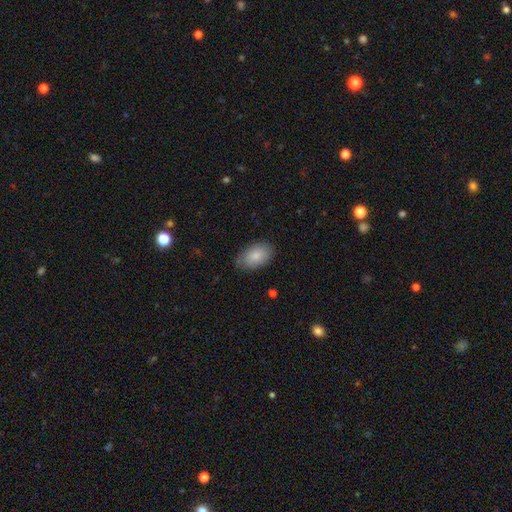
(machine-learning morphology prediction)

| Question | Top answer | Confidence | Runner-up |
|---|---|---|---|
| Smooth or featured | smooth | 83% | featured or disk (10%) |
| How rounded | in between | 93% | round (5%) |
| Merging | none | 81% | minor disturbance (15%) |